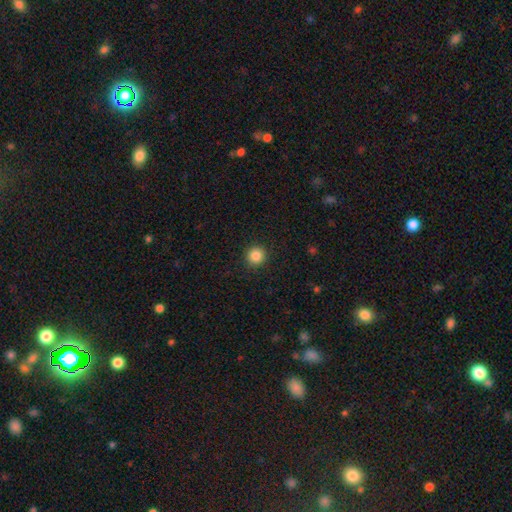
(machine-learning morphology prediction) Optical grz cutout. It shows a smooth galaxy with no disk features (86%) that is round (94%). Merging: none (92%).